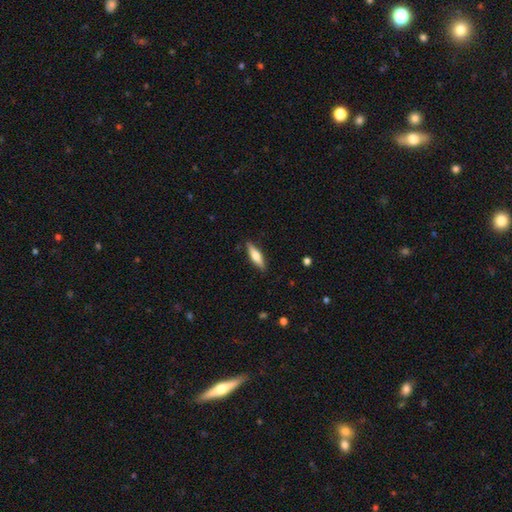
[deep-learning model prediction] Smooth or featured? smooth (55%)
How rounded? cigar-shaped (67%)
Merging? none (88%)